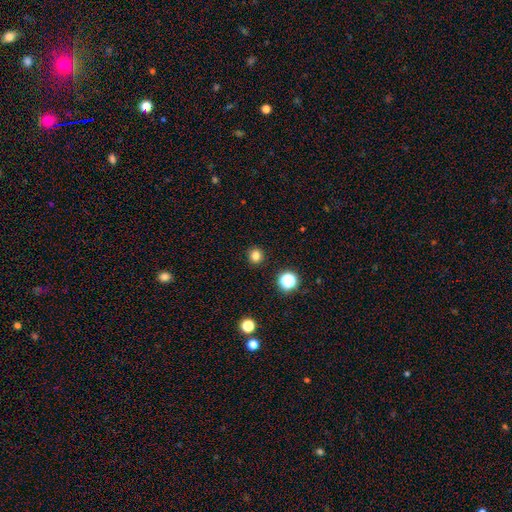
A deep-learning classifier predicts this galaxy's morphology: A smooth galaxy with no disk features (81%) that is round (92%).

Vote fractions:
- Smooth or featured? smooth: 81% / star or artifact: 14% / featured or disk: 4%
- How rounded? round: 92% / in between: 7% / cigar-shaped: 1%
- Merging? none: 92% / minor disturbance: 5% / major disturbance: 2% / merger: 1%